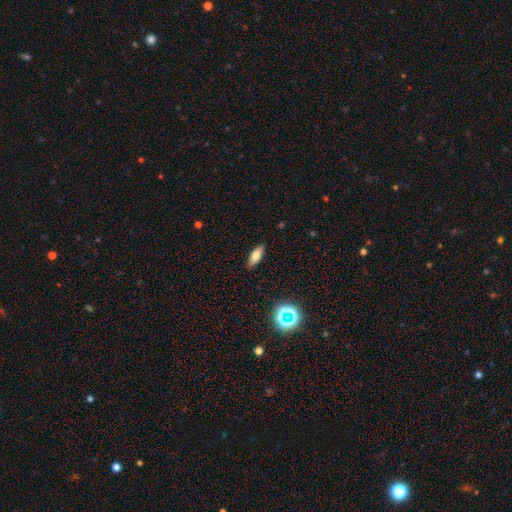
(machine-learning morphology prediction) smooth 71%, featured or disk 18%, star or artifact 10%. Down the decision tree: how rounded — in between (71%); merging — none (88%).